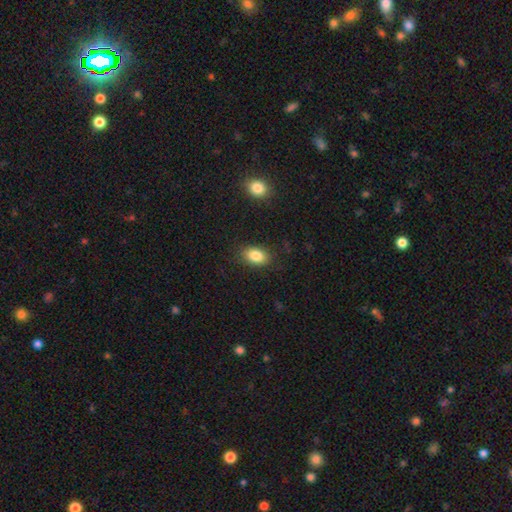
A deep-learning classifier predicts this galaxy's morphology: This is clearly a smooth galaxy (86%). How rounded: clearly in between (87%). Merging: clearly none (85%).